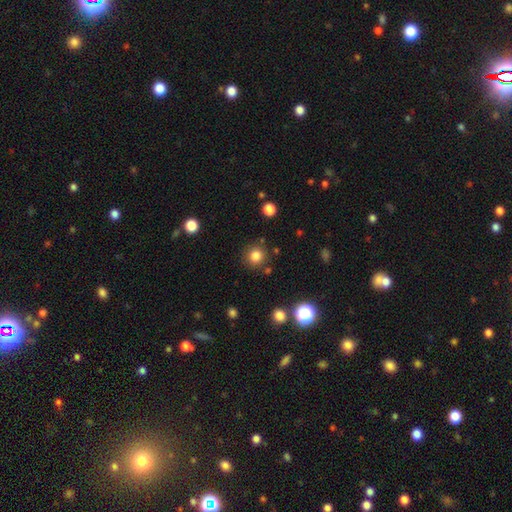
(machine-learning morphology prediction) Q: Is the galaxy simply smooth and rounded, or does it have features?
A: smooth — 82%.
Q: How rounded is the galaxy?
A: round — 91%.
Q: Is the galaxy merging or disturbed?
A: none — 85%.